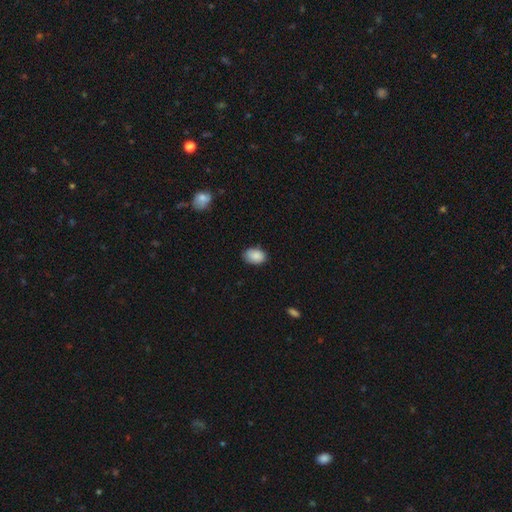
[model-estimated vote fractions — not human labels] smooth_or_featured: smooth (p=0.87) [alt: star or artifact p=0.07]
how_rounded: in between (p=0.82) [alt: round p=0.17]
merging: none (p=0.78) [alt: minor disturbance p=0.18]